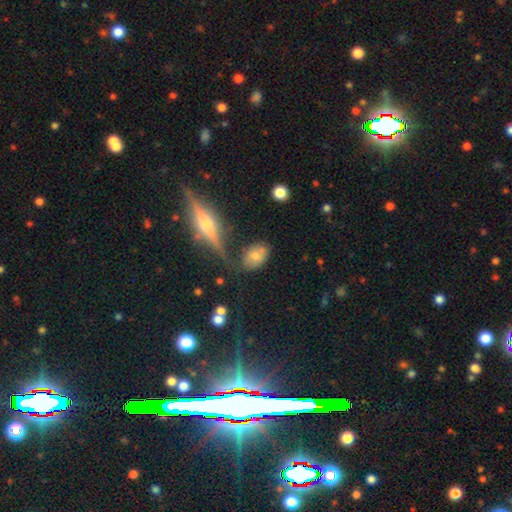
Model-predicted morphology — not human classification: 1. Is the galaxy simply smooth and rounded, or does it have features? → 67% smooth, 22% featured or disk, 11% star or artifact.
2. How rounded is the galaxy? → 78% in between, 19% round, 3% cigar-shaped.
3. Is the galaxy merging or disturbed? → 60% none, 20% minor disturbance, 13% merger, 8% major disturbance.